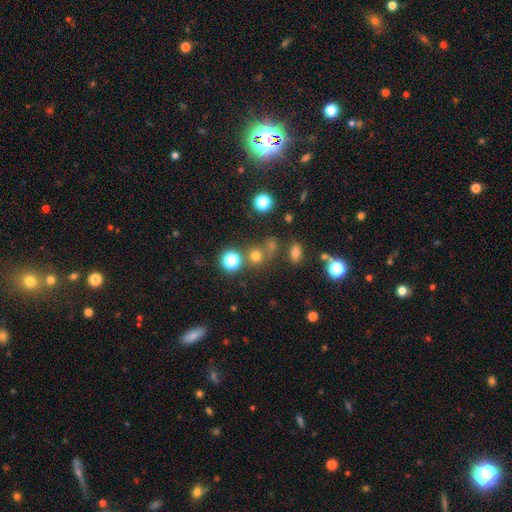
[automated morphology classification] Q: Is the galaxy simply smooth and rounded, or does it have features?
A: smooth — 66%.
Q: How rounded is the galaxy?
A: round — 85%.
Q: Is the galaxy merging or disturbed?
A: none — 63%.